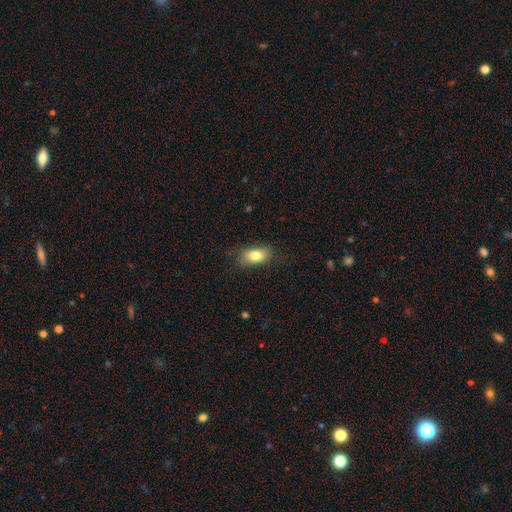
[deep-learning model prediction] Morphology: type=smooth (80%); roundness=in between (87%); merging=none (78%).